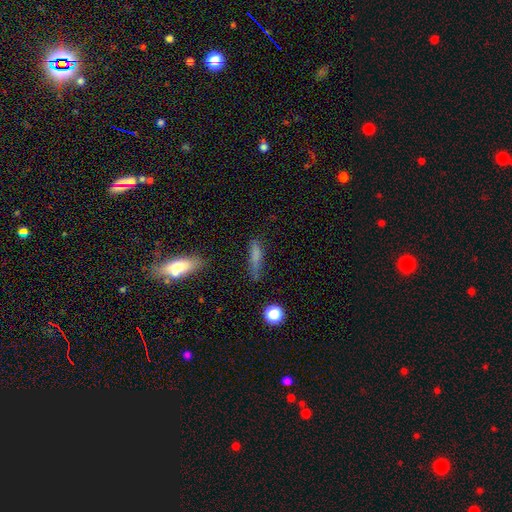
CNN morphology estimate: Smooth or featured: smooth — 72% (featured or disk — 16%)
How rounded: cigar-shaped — 72% (in between — 24%)
Merging: none — 63% (minor disturbance — 24%)